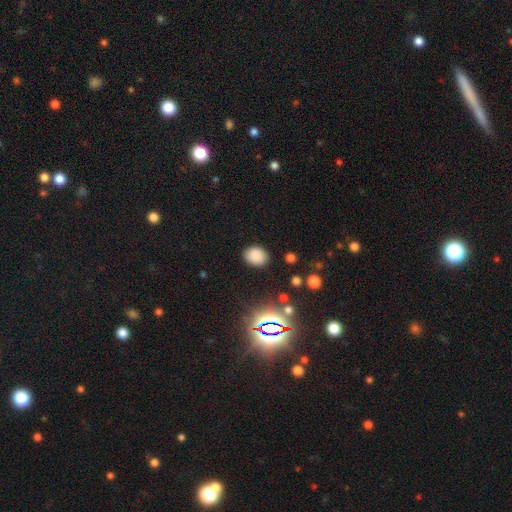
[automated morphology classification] Smooth or featured: smooth — 82% (star or artifact — 13%)
How rounded: in between — 55% (round — 44%)
Merging: none — 86% (minor disturbance — 10%)